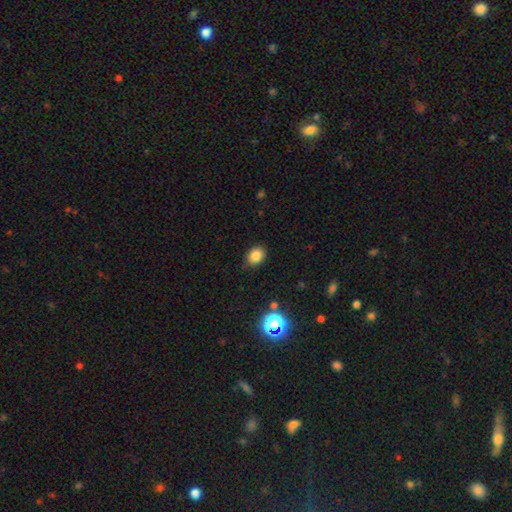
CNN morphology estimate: A smooth galaxy with no disk features (82%) that is in between round and cigar-shaped (51%). Merging: none (86%).